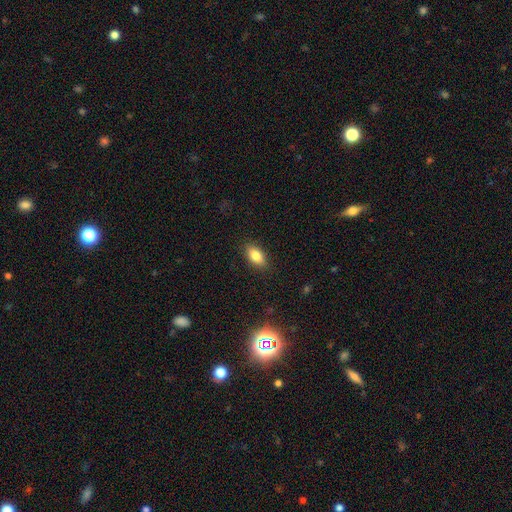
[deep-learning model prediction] Smooth or featured?
  - smooth: 82% *
  - featured or disk: 10%
  - star or artifact: 8%
How rounded?
  - in between: 88% *
  - cigar-shaped: 7%
  - round: 5%
Merging?
  - none: 88% *
  - minor disturbance: 9%
  - major disturbance: 2%
  - merger: 1%